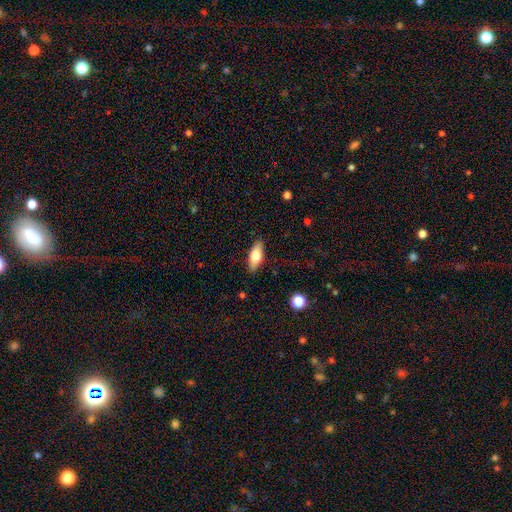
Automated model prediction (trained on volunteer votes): Q: Smooth or featured?
A: smooth (69%); runner-up: featured or disk (25%)
Q: How rounded?
A: in between (78%); runner-up: cigar-shaped (19%)
Q: Merging?
A: none (87%); runner-up: minor disturbance (9%)